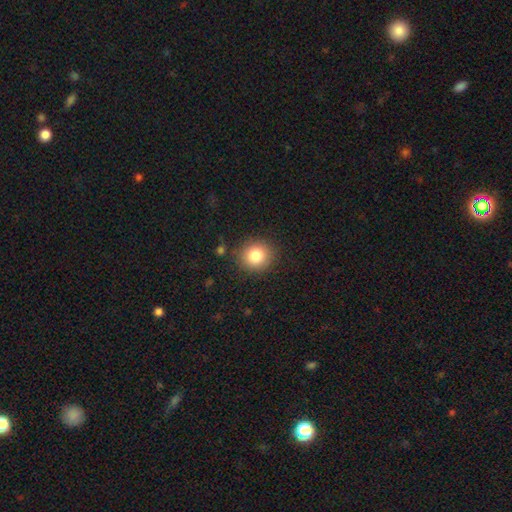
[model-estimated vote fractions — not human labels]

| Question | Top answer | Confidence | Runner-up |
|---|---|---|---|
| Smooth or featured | smooth | 82% | star or artifact (11%) |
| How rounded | round | 87% | in between (12%) |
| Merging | none | 87% | minor disturbance (8%) |